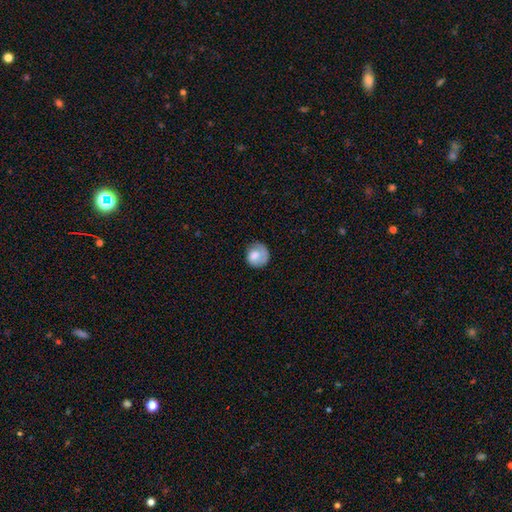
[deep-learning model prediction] smooth-or-featured: smooth: 72% | featured or disk: 22% | star or artifact: 7%
  how-rounded: round: 83% | in between: 17% | cigar-shaped: 1%
  merging: none: 60% | minor disturbance: 24% | major disturbance: 14% | merger: 2%